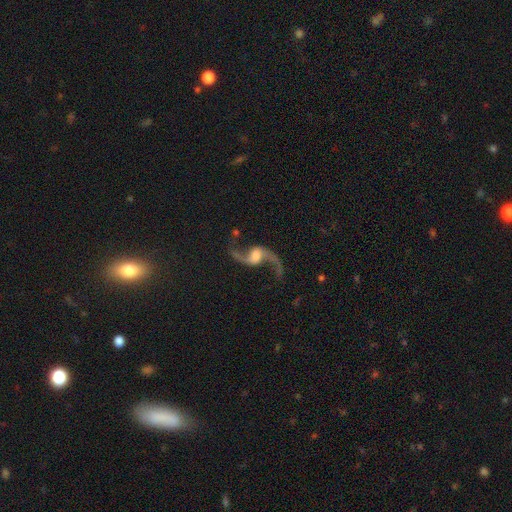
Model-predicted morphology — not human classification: smooth-or-featured: featured or disk: 91% | star or artifact: 5% | smooth: 4%
  disk-edge-on: no: 97% | yes: 3%
    bar: no: 43% | weak: 40% | strong: 16%
    has-spiral-arms: yes: 97% | no: 3%
      spiral-winding: loose: 90% | medium: 8% | tight: 2%
      spiral-arm-count: 2: 95% | 1: 2% | can't tell: 1% | 3: 1% | 4: 1% | more than 4: 1%
    bulge-size: moderate: 53% | small: 25% | large: 15% | none: 5% | dominant: 3%
  merging: none: 77% | minor disturbance: 12% | major disturbance: 8% | merger: 3%